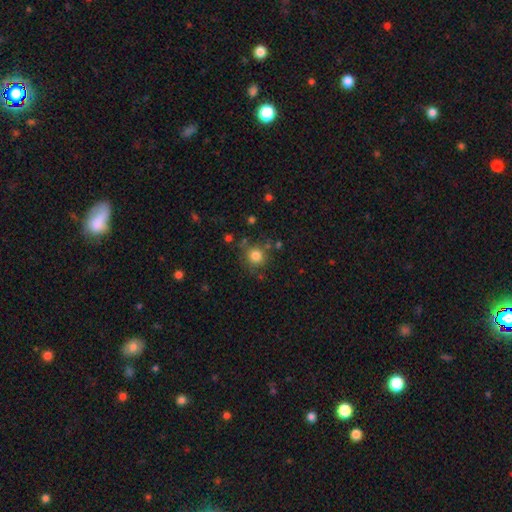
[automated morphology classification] Smooth or featured: smooth — 81% (star or artifact — 12%)
How rounded: round — 92% (in between — 7%)
Merging: none — 78% (minor disturbance — 12%)